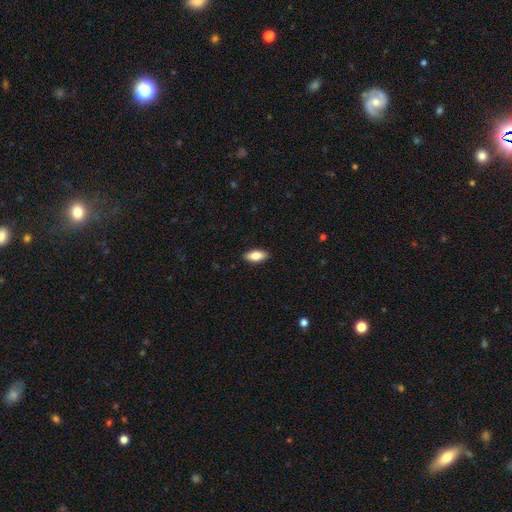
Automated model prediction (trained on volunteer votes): A smooth galaxy with no disk features (81%) that is in between round and cigar-shaped (85%). Merging: none (90%).